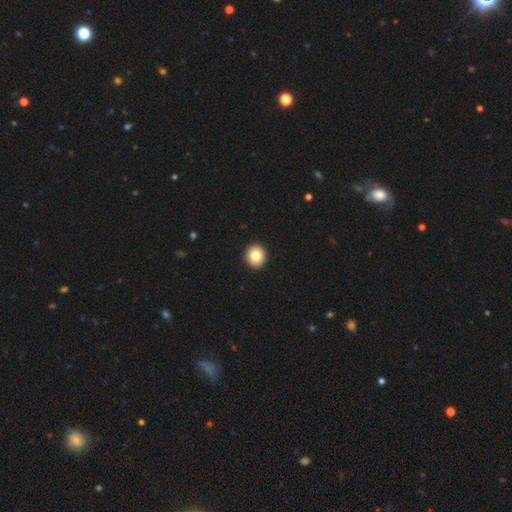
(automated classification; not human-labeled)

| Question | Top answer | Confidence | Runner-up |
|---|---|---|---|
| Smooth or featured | smooth | 83% | star or artifact (9%) |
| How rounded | round | 80% | in between (19%) |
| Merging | none | 93% | minor disturbance (4%) |